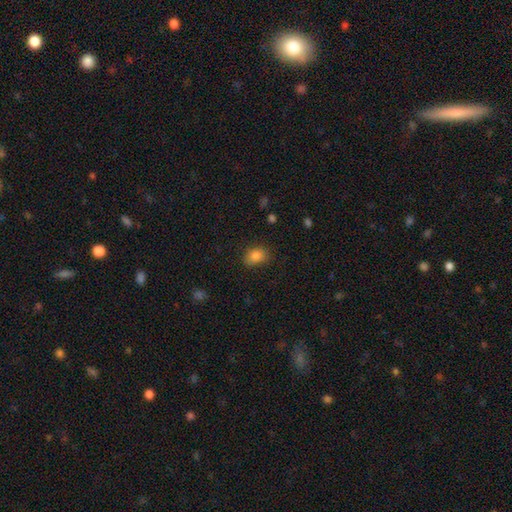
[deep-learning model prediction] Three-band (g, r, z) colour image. It shows a smooth galaxy with no disk features (84%) that is in between round and cigar-shaped (69%). Merging: none (76%).